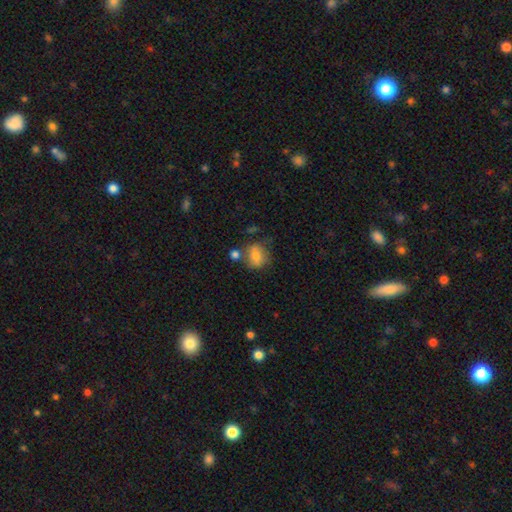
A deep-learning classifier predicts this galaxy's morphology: smooth_or_featured: smooth (p=0.68) [alt: featured or disk p=0.22]
how_rounded: round (p=0.63) [alt: in between p=0.36]
merging: none (p=0.54) [alt: minor disturbance p=0.20]